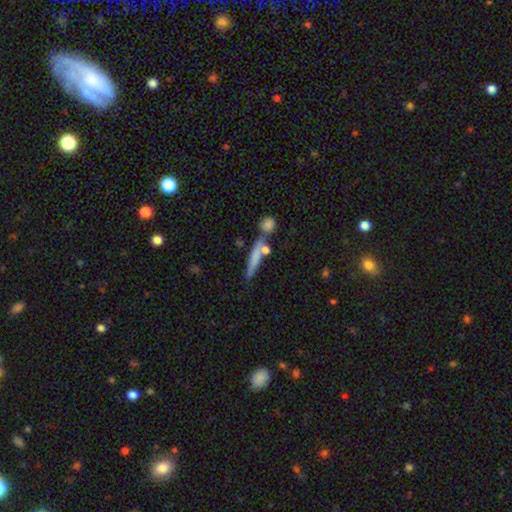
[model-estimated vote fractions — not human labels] Morphology: type=smooth (41%); merging=none (63%).